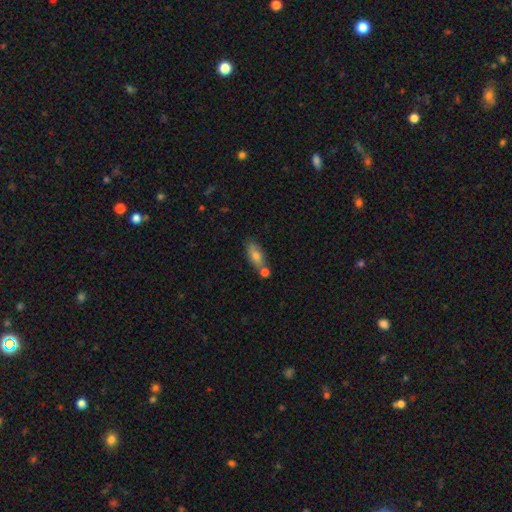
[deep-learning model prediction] Smooth or featured: smooth — 73% (featured or disk — 18%)
How rounded: in between — 78% (cigar-shaped — 18%)
Merging: none — 61% (merger — 22%)